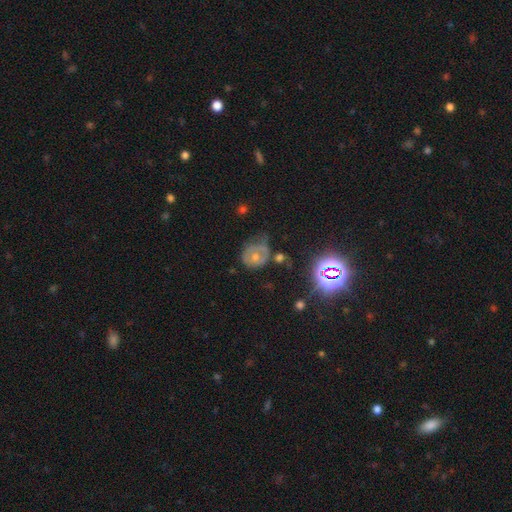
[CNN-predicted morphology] Smooth or featured? Predicted: smooth (p=0.48). Merging? Predicted: none (p=0.37).